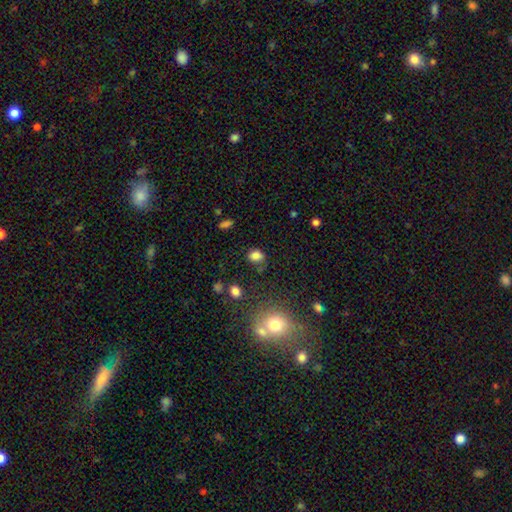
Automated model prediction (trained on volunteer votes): This is clearly a smooth galaxy (81%). How rounded: possibly in between (56%). Merging: likely none (69%).